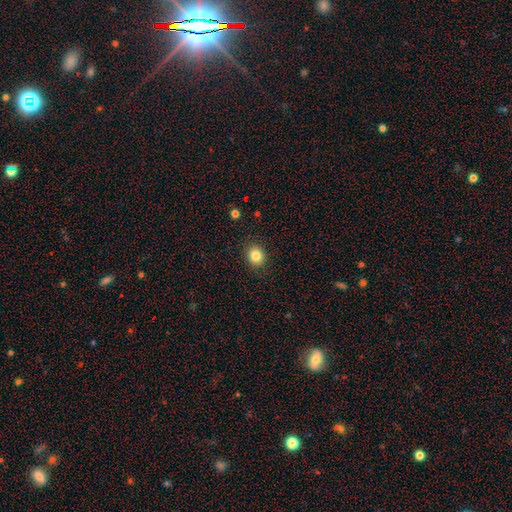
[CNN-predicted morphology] Smooth or featured?
  - smooth: 83% *
  - star or artifact: 11%
  - featured or disk: 6%
How rounded?
  - round: 74% *
  - in between: 25%
  - cigar-shaped: 1%
Merging?
  - none: 90% *
  - minor disturbance: 7%
  - major disturbance: 2%
  - merger: 1%